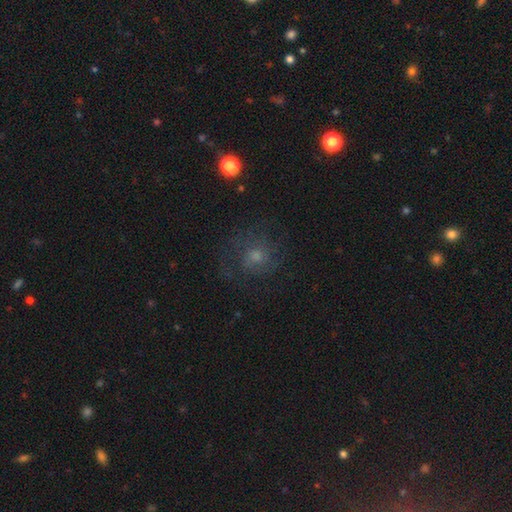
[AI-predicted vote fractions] Smooth or featured?
  - smooth: 44% *
  - featured or disk: 36%
  - star or artifact: 20%
Merging?
  - none: 64% *
  - major disturbance: 17%
  - minor disturbance: 17%
  - merger: 2%